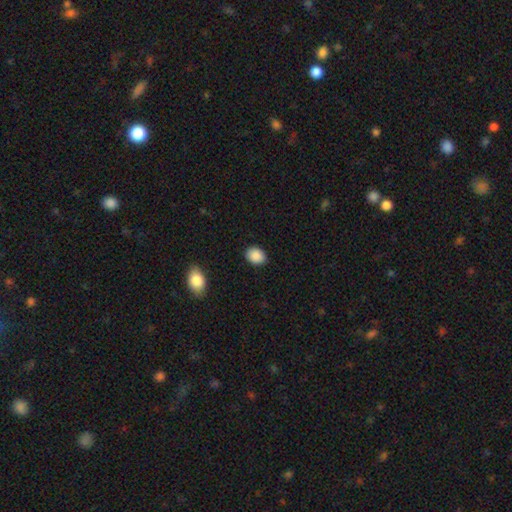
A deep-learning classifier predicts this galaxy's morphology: A smooth galaxy with no disk features (89%) that is in between round and cigar-shaped (63%).

Vote fractions:
- Smooth or featured? smooth: 89% / star or artifact: 8% / featured or disk: 3%
- How rounded? in between: 63% / round: 36% / cigar-shaped: 1%
- Merging? none: 88% / minor disturbance: 9% / major disturbance: 2% / merger: 1%